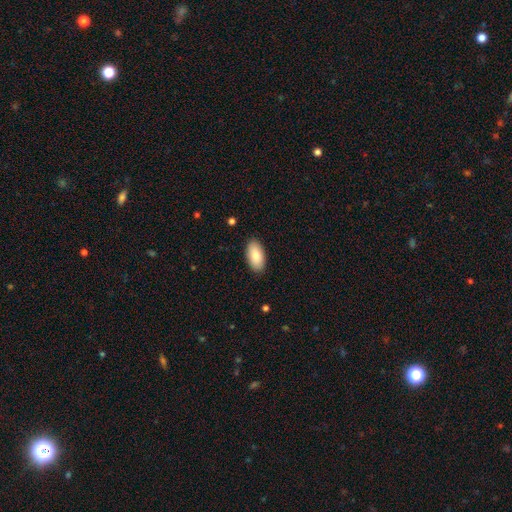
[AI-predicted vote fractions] Smooth or featured? smooth (88%)
How rounded? in between (95%)
Merging? none (89%)